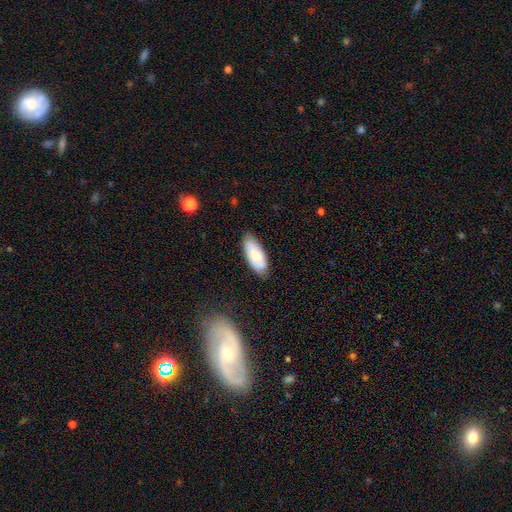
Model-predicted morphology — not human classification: Smooth or featured? Predicted: smooth (p=0.68). How rounded? Predicted: in between (p=0.84). Merging? Predicted: none (p=0.80).